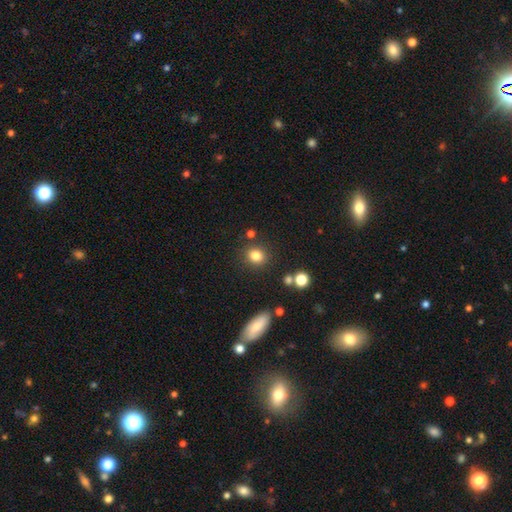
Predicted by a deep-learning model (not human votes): Smooth or featured: smooth — 82% (star or artifact — 12%)
How rounded: round — 72% (in between — 27%)
Merging: none — 84% (minor disturbance — 9%)